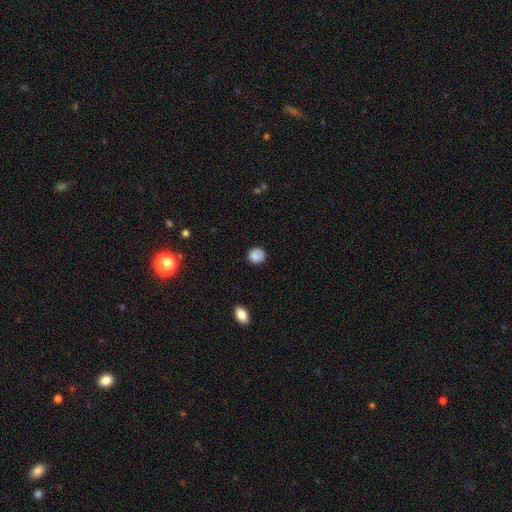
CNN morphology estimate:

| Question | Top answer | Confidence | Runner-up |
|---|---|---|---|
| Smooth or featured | smooth | 84% | star or artifact (9%) |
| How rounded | round | 87% | in between (12%) |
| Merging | none | 82% | minor disturbance (14%) |